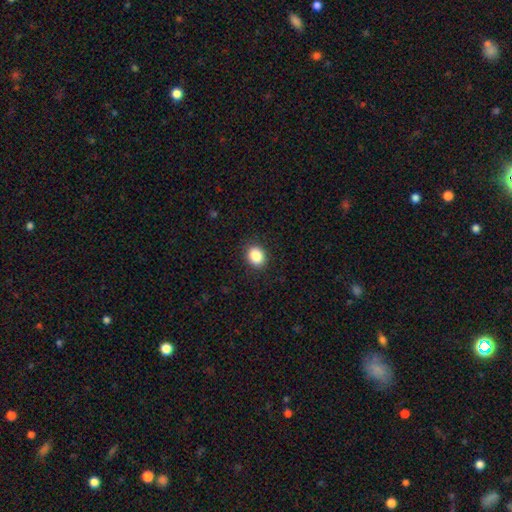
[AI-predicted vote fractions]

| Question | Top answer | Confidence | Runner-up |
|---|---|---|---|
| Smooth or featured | smooth | 87% | star or artifact (9%) |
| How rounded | round | 58% | in between (42%) |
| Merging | none | 89% | minor disturbance (7%) |